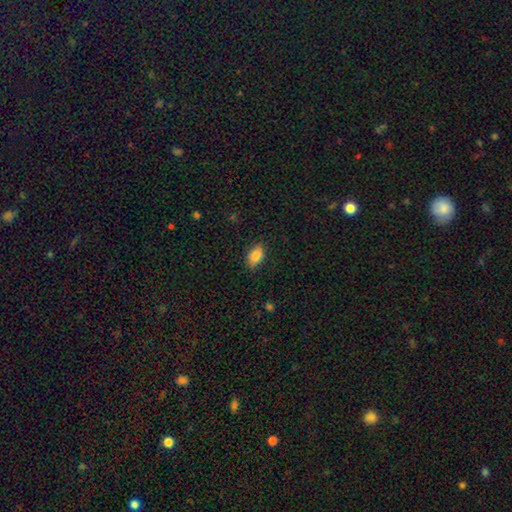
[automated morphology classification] Smooth or featured?
  - smooth: 86% *
  - star or artifact: 8%
  - featured or disk: 6%
How rounded?
  - in between: 90% *
  - round: 8%
  - cigar-shaped: 2%
Merging?
  - none: 86% *
  - minor disturbance: 11%
  - major disturbance: 2%
  - merger: 1%